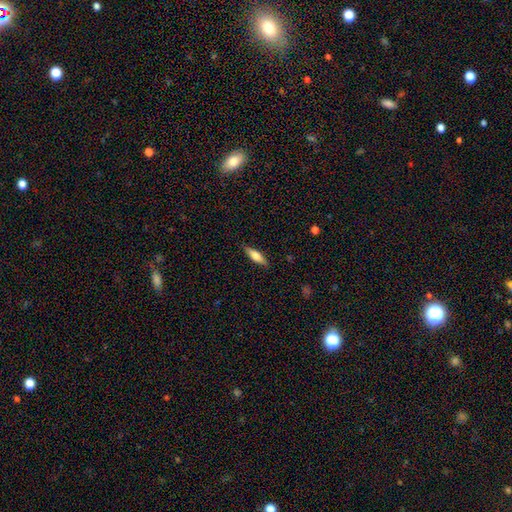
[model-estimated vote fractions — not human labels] Smooth or featured?
  - smooth: 62% *
  - featured or disk: 31%
  - star or artifact: 6%
How rounded?
  - cigar-shaped: 59% *
  - in between: 39%
  - round: 2%
Merging?
  - none: 87% *
  - minor disturbance: 10%
  - major disturbance: 2%
  - merger: 1%